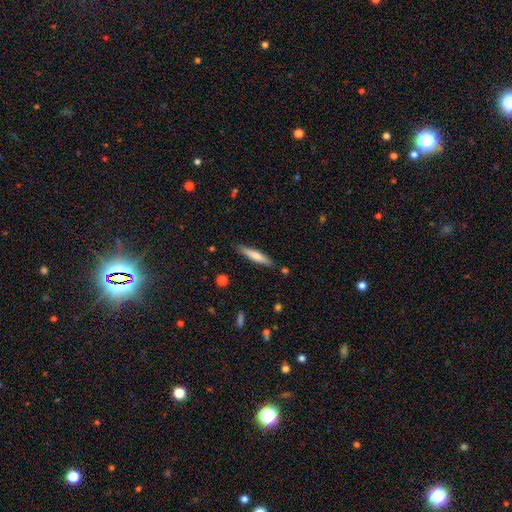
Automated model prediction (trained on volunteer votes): smooth_or_featured: smooth (p=0.60) [alt: featured or disk p=0.34]
how_rounded: cigar-shaped (p=0.89) [alt: in between p=0.09]
merging: none (p=0.85) [alt: minor disturbance p=0.11]